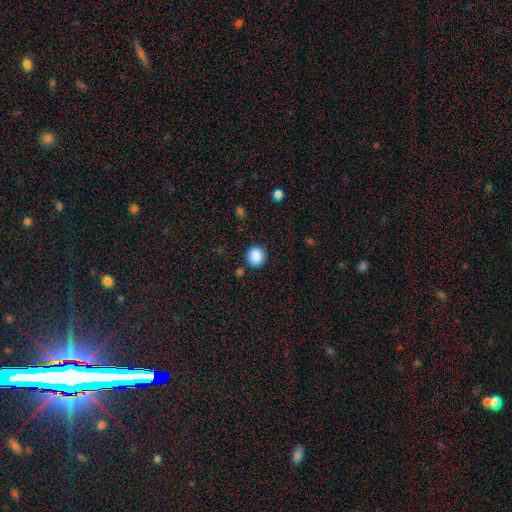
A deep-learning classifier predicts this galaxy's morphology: Smooth or featured: smooth — 87% (star or artifact — 9%)
How rounded: round — 91% (in between — 8%)
Merging: none — 86% (minor disturbance — 9%)